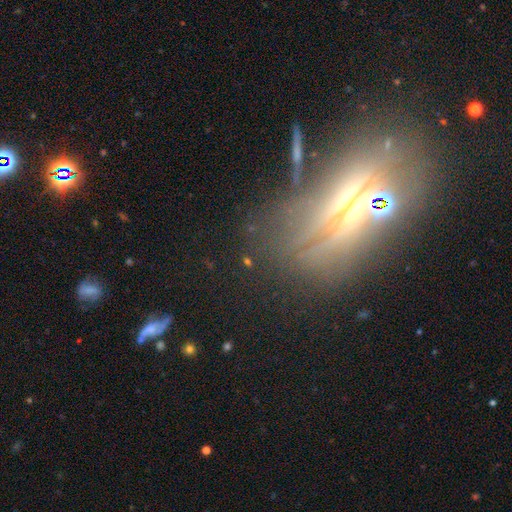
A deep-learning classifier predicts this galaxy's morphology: smooth_or_featured: featured or disk (p=0.57) [alt: star or artifact p=0.23]
disk_edge_on: no (p=0.64) [alt: yes p=0.36]
merging: none (p=0.58) [alt: minor disturbance p=0.17]